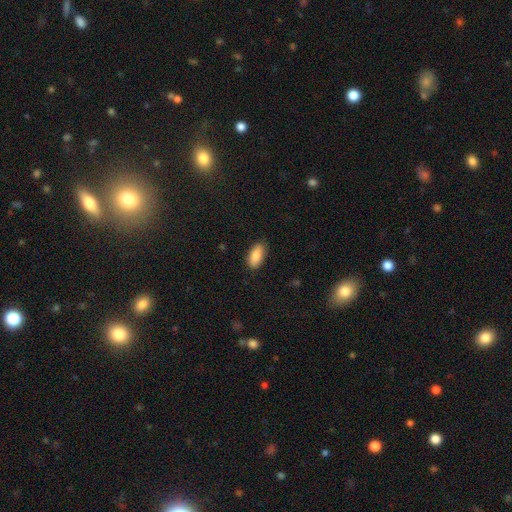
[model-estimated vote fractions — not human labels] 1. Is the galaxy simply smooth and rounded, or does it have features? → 85% smooth, 9% featured or disk, 6% star or artifact.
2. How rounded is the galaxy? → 90% in between, 8% cigar-shaped, 3% round.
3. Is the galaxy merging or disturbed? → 86% none, 11% minor disturbance, 2% major disturbance, 1% merger.